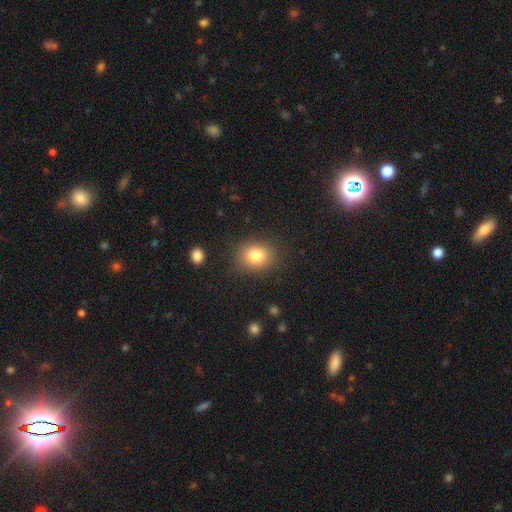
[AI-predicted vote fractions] Smooth or featured?
  - smooth: 81% *
  - star or artifact: 11%
  - featured or disk: 8%
How rounded?
  - round: 61% *
  - in between: 38%
  - cigar-shaped: 1%
Merging?
  - none: 84% *
  - minor disturbance: 10%
  - major disturbance: 4%
  - merger: 2%